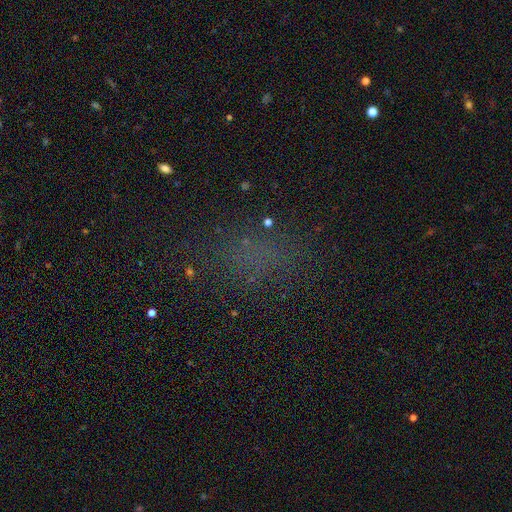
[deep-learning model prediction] This is possibly a smooth galaxy (47%). Merging: likely none (74%).